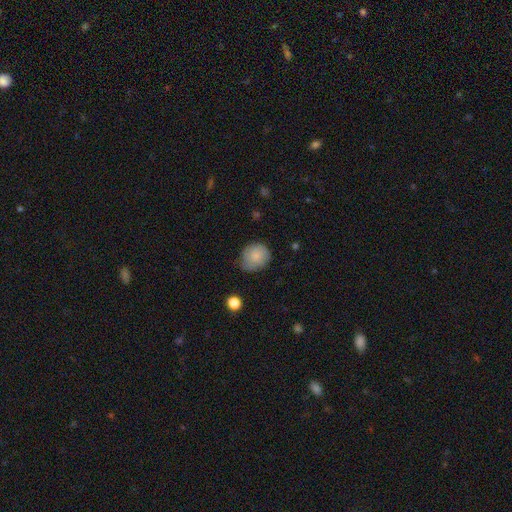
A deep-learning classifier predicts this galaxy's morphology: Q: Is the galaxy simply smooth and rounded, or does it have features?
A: smooth — 81%.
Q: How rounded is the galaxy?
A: round — 75%.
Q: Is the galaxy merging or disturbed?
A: none — 60%.